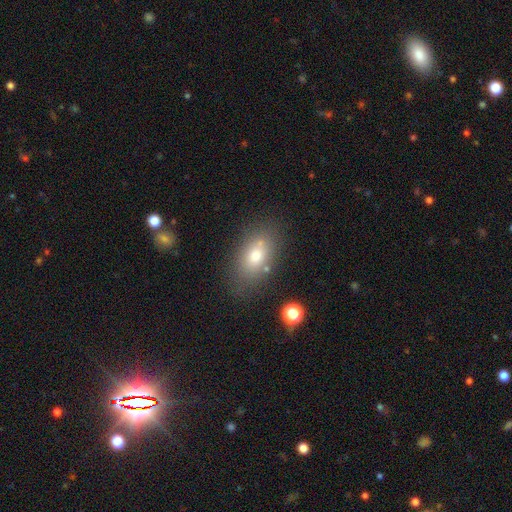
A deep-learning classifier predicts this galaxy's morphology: type=smooth (73%); roundness=in between (86%); merging=none (75%).